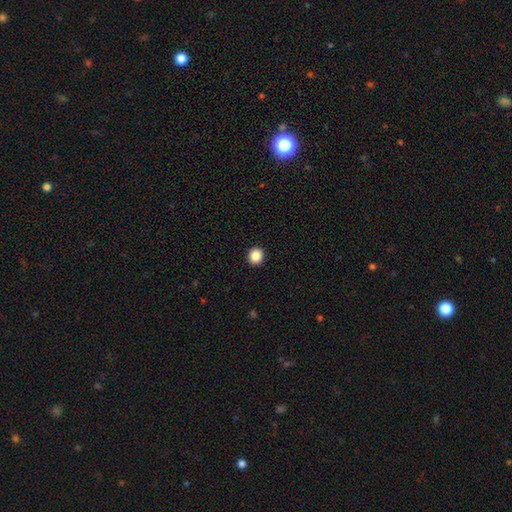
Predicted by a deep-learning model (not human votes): This appears to be a smooth galaxy with no disk features (87%) that is round (88%). Merging: none (93%).